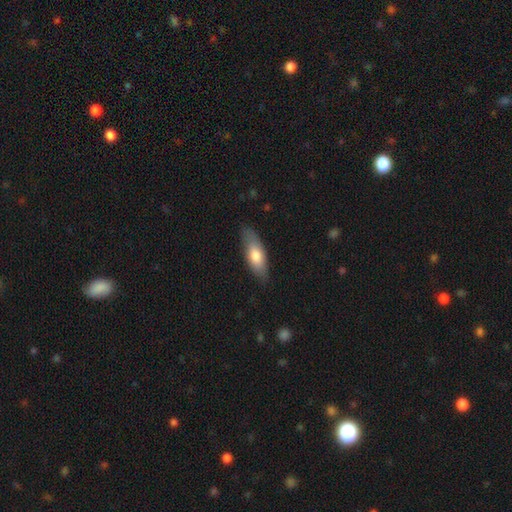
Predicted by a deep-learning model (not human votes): smooth-or-featured: smooth: 72% | featured or disk: 22% | star or artifact: 5%
  how-rounded: in between: 71% | cigar-shaped: 27% | round: 2%
  merging: none: 78% | minor disturbance: 18% | major disturbance: 3% | merger: 1%